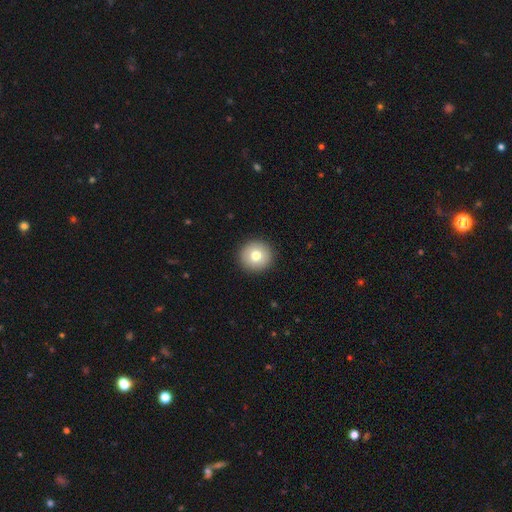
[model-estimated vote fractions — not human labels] The model was most divided on "smooth or featured": smooth: 76%, featured or disk: 15%, star or artifact: 9%. More confident: how rounded — round (95%); merging — none (93%).